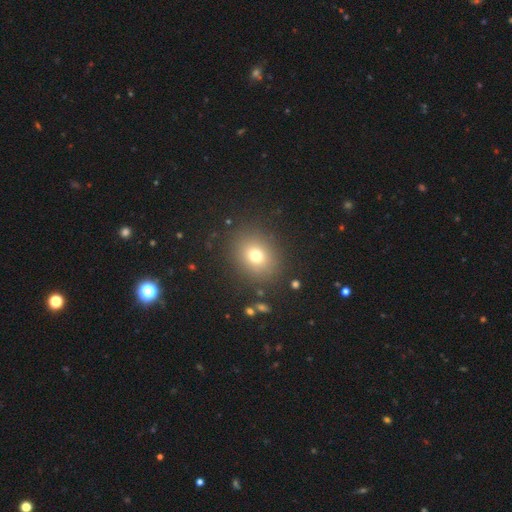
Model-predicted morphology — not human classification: A smooth galaxy with no disk features (73%) that is round (67%).

Vote fractions:
- Smooth or featured? smooth: 73% / star or artifact: 15% / featured or disk: 12%
- How rounded? round: 67% / in between: 32% / cigar-shaped: 1%
- Merging? none: 86% / minor disturbance: 9% / major disturbance: 4% / merger: 2%